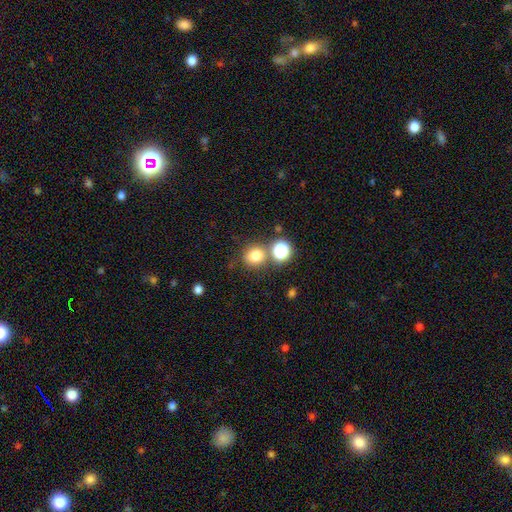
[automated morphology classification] Q: Smooth or featured?
A: smooth (77%); runner-up: star or artifact (16%)
Q: How rounded?
A: round (83%); runner-up: in between (16%)
Q: Merging?
A: none (71%); runner-up: merger (17%)